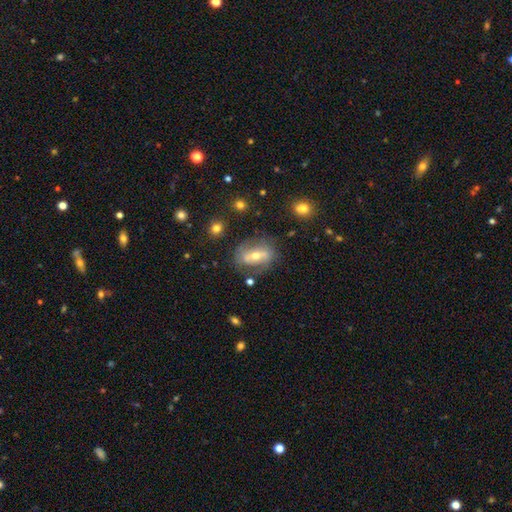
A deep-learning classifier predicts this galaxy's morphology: Overall: featured or disk (62%; smooth 29%). Edge-on disk: no (89%). Bar: strong (44%; weak 29%). Spiral arms: yes (58%; no 42%). Bulge size: moderate (64%; small 30%). Merging: none (69%).